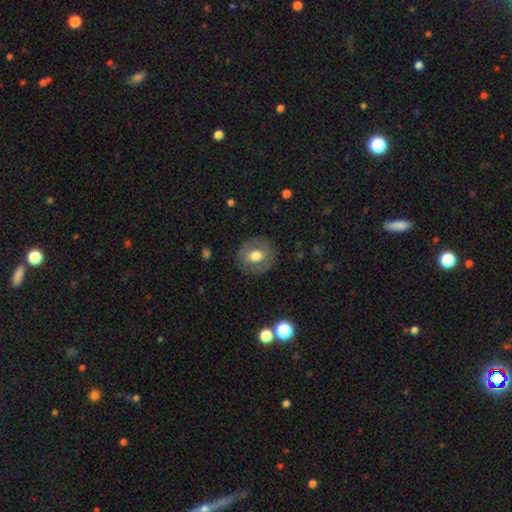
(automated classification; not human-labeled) smooth-or-featured: smooth: 60% | featured or disk: 32% | star or artifact: 8%
  how-rounded: round: 79% | in between: 20% | cigar-shaped: 1%
  merging: none: 84% | minor disturbance: 11% | major disturbance: 4% | merger: 1%